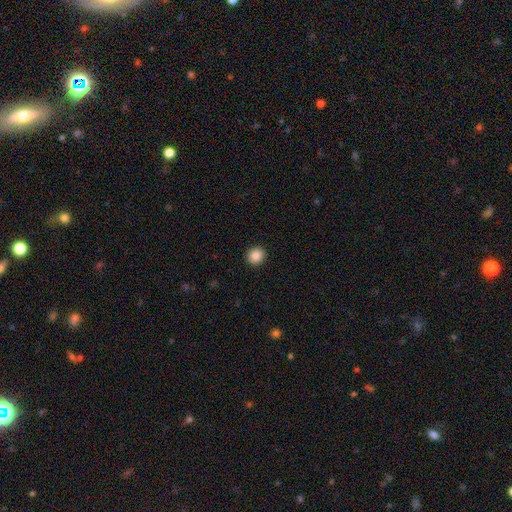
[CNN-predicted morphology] A smooth galaxy with no disk features (87%) that is round (87%). Merging: none (92%).